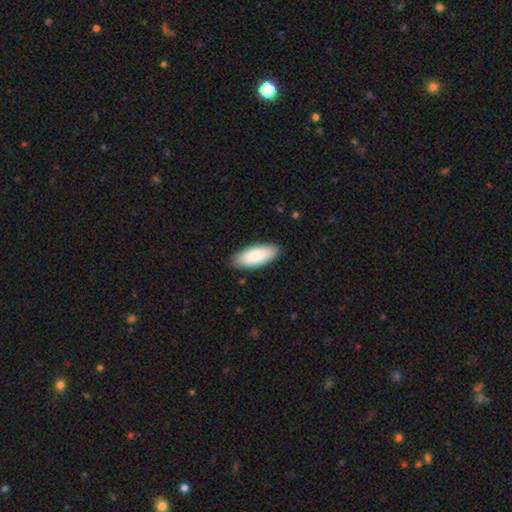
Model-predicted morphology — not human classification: Smooth or featured? Predicted: smooth (p=0.86). How rounded? Predicted: in between (p=0.82). Merging? Predicted: none (p=0.87).